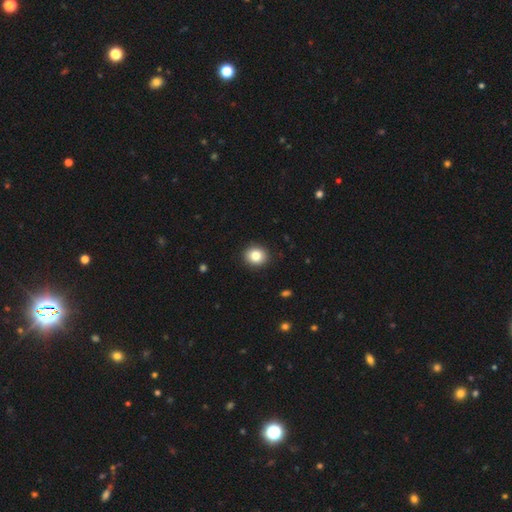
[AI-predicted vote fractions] This is clearly a smooth galaxy (83%). How rounded: clearly round (81%). Merging: clearly none (92%).